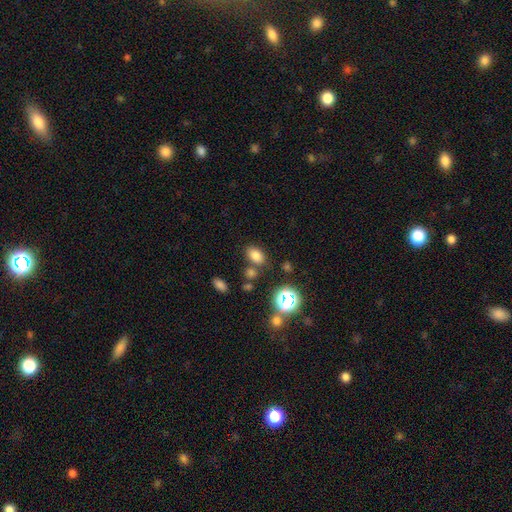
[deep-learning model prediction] Smooth or featured? Predicted: smooth (p=0.76). How rounded? Predicted: in between (p=0.82). Merging? Predicted: none (p=0.73).